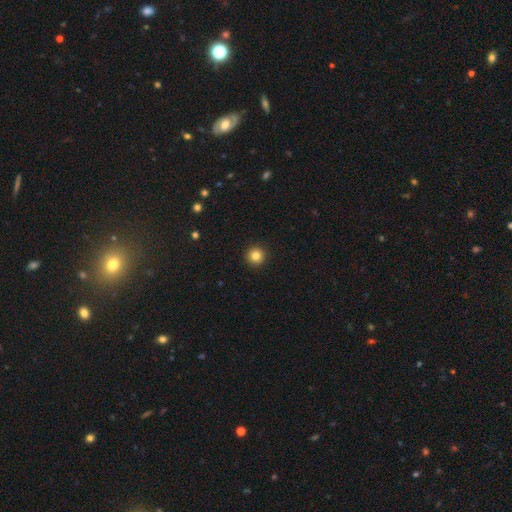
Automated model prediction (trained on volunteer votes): A smooth galaxy with no disk features (84%) that is round (96%).

Vote fractions:
- Smooth or featured? smooth: 84% / star or artifact: 11% / featured or disk: 5%
- How rounded? round: 96% / in between: 3% / cigar-shaped: 1%
- Merging? none: 93% / minor disturbance: 4% / major disturbance: 2% / merger: 1%